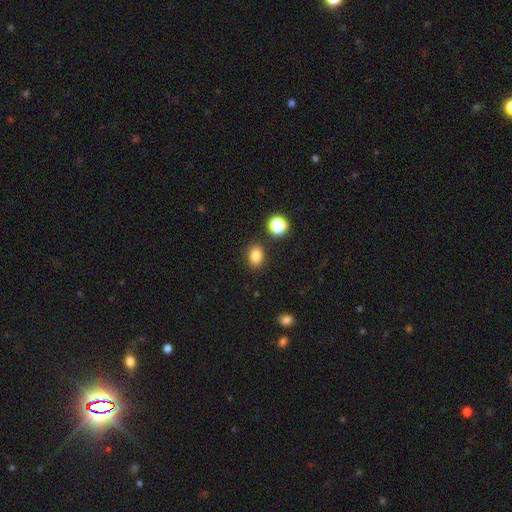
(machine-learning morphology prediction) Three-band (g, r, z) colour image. It shows a smooth galaxy with no disk features (82%) that is in between round and cigar-shaped (60%). Merging: none (85%).